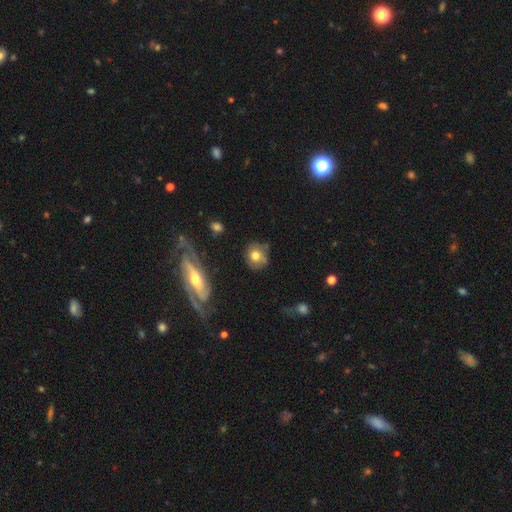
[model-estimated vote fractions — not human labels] Smooth or featured? Predicted: smooth (p=0.67). How rounded? Predicted: round (p=0.78). Merging? Predicted: none (p=0.65).